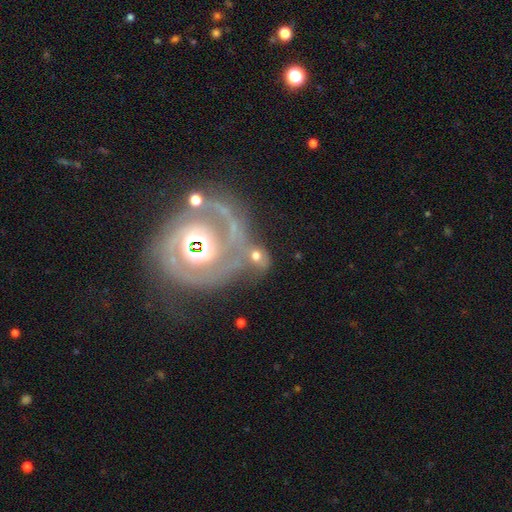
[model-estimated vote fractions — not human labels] smooth_or_featured: smooth (p=0.52) [alt: featured or disk p=0.31]
how_rounded: round (p=0.55) [alt: in between p=0.43]
merging: none (p=0.42) [alt: merger p=0.27]